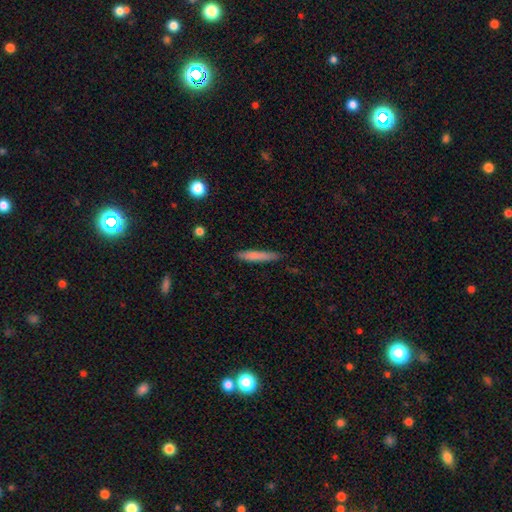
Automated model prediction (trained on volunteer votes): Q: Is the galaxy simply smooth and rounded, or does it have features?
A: smooth — 75%.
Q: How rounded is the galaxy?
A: cigar-shaped — 93%.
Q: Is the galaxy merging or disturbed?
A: none — 81%.